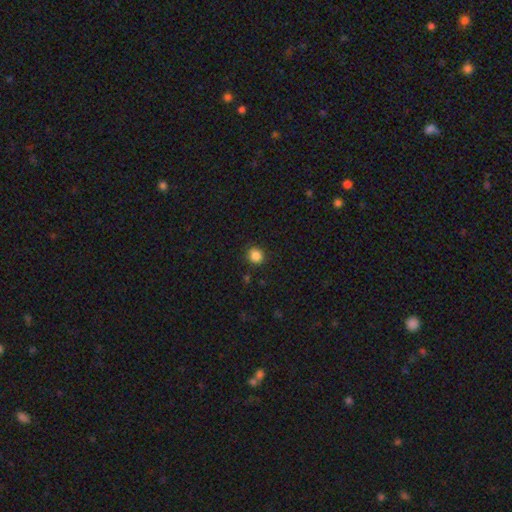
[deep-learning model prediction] smooth_or_featured: smooth (p=0.86) [alt: star or artifact p=0.11]
how_rounded: round (p=0.80) [alt: in between p=0.20]
merging: none (p=0.88) [alt: minor disturbance p=0.08]